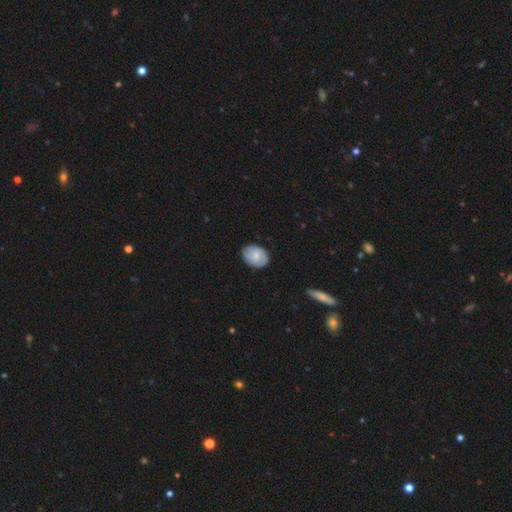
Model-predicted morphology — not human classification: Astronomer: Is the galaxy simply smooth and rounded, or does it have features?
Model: smooth — 70%.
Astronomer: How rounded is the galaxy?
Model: in between — 73%.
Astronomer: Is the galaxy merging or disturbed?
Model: none — 82%.